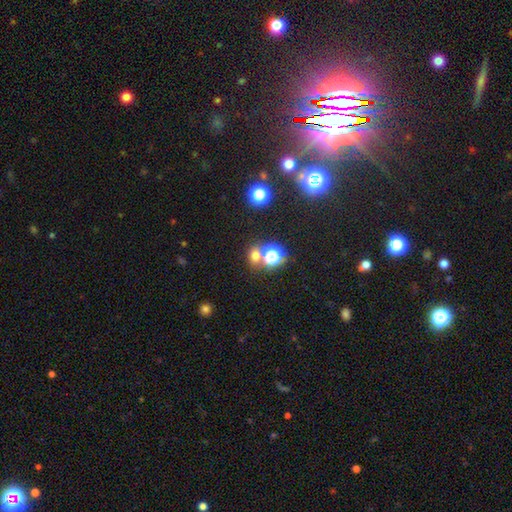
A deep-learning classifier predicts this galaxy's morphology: Smooth or featured? Predicted: smooth (p=0.61). How rounded? Predicted: round (p=0.66). Merging? Predicted: none (p=0.65).